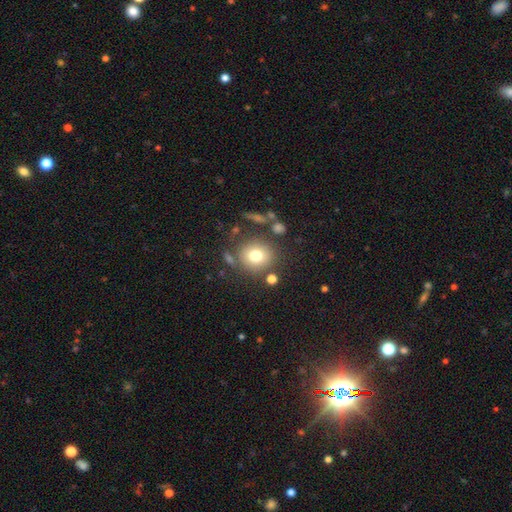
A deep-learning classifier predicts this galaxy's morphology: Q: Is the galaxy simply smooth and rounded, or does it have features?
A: smooth — 76%.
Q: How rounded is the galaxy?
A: round — 86%.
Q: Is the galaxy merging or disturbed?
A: none — 77%.